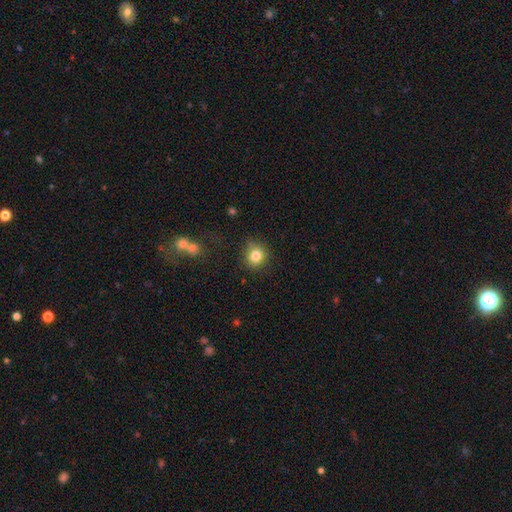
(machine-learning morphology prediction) A smooth galaxy with no disk features (82%) that is round (83%). Merging: none (80%).